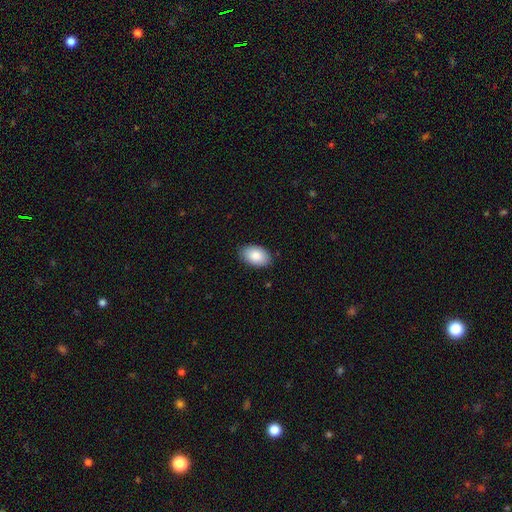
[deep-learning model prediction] Smooth or featured? smooth (87%)
How rounded? in between (92%)
Merging? none (87%)